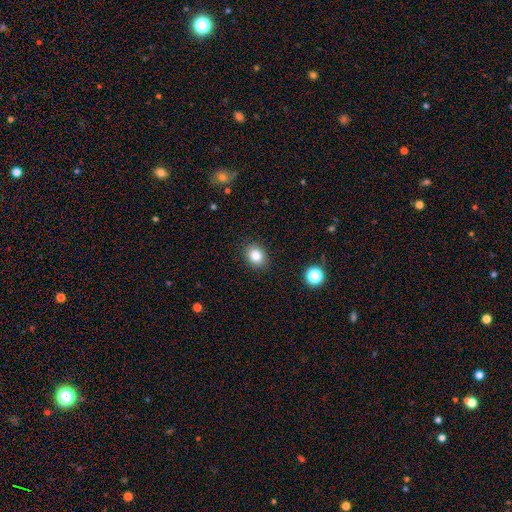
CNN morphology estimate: smooth_or_featured: smooth (p=0.83) [alt: star or artifact p=0.11]
how_rounded: round (p=0.55) [alt: in between p=0.45]
merging: none (p=0.88) [alt: minor disturbance p=0.08]